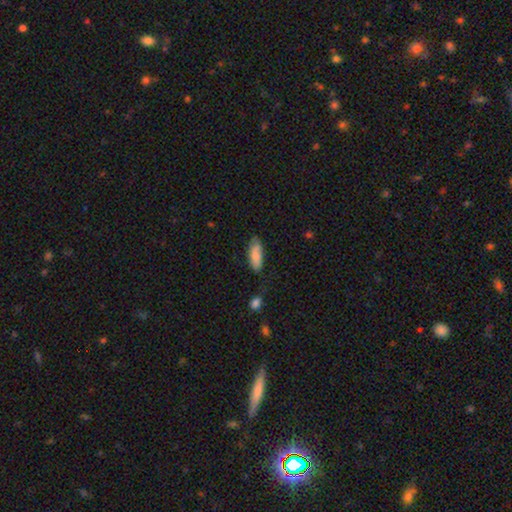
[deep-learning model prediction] The model was most divided on "merging": none: 61%, minor disturbance: 28%, major disturbance: 6%, merger: 4%. More confident: how rounded — in between (79%); smooth or featured — smooth (74%).